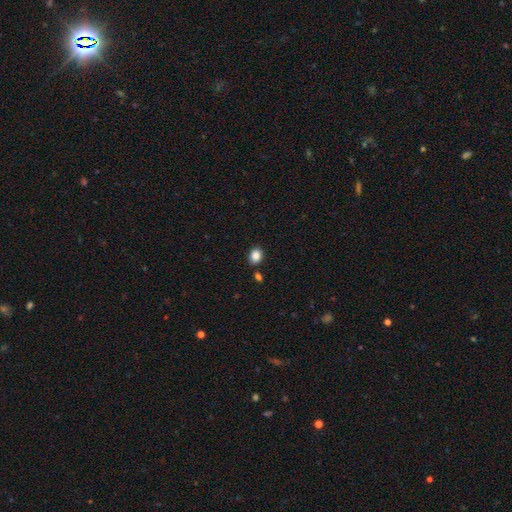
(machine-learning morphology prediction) Overall: smooth (87%). How rounded: in between (60%; round 39%). Merging: none (83%).